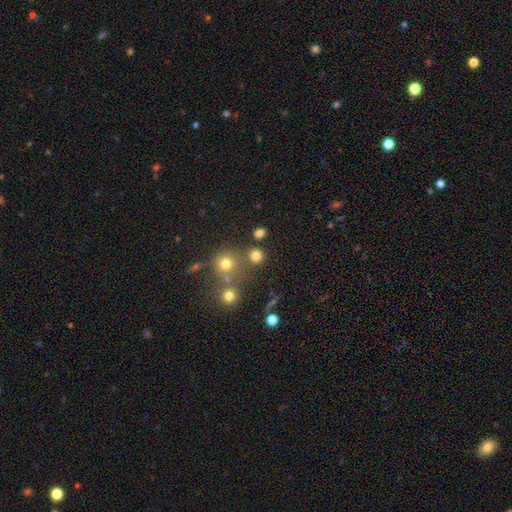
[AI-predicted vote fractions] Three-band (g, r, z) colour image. It shows a smooth galaxy with no disk features (77%) that is round (87%). Merging: none (75%).